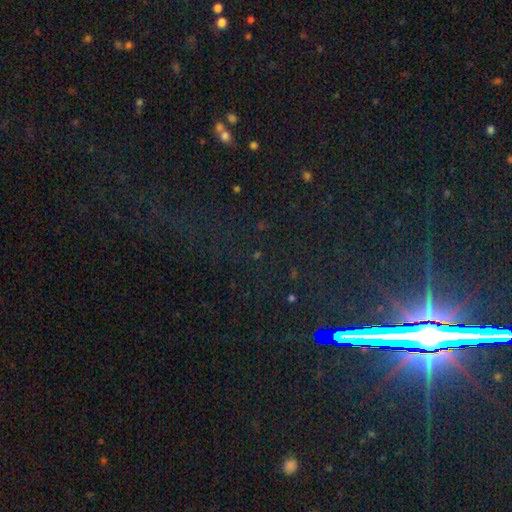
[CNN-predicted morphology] Smooth or featured: star or artifact — 76% (featured or disk — 14%)